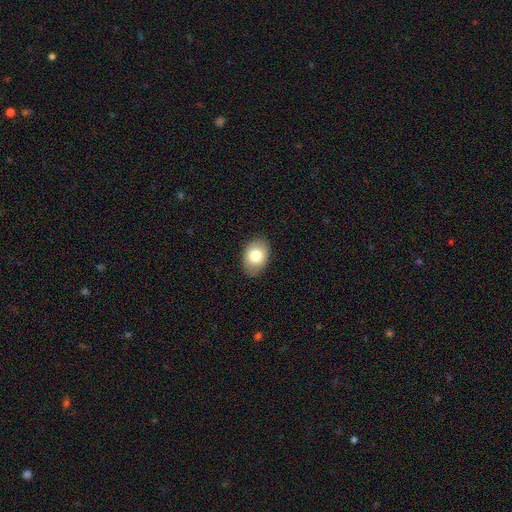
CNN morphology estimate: type=smooth (79%); roundness=in between (80%); merging=none (86%).